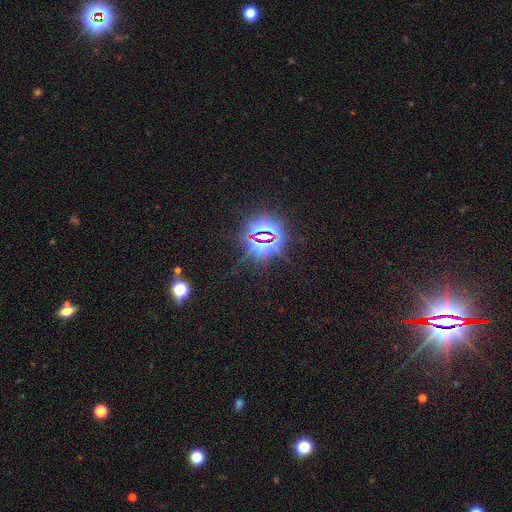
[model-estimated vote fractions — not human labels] Q: Smooth or featured?
A: star or artifact (83%); runner-up: smooth (10%)